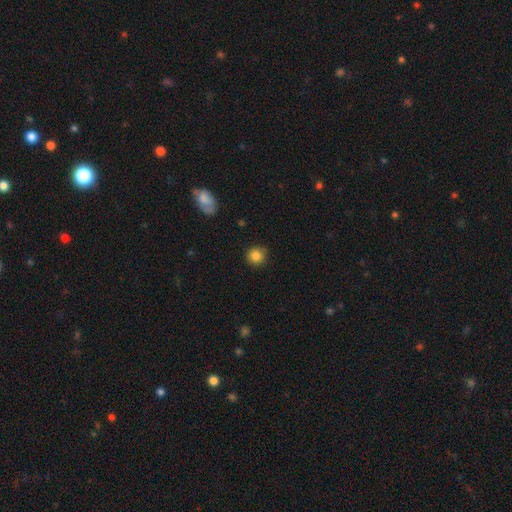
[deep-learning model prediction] smooth 86%, star or artifact 11%, featured or disk 4%. Down the decision tree: how rounded — round (90%); merging — none (87%).